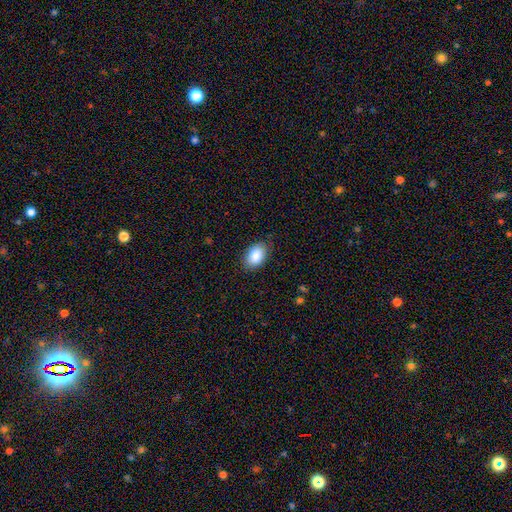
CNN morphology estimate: The model was most divided on "merging": none: 85%, minor disturbance: 12%, major disturbance: 3%, merger: 1%. More confident: how rounded — in between (90%); smooth or featured — smooth (88%).